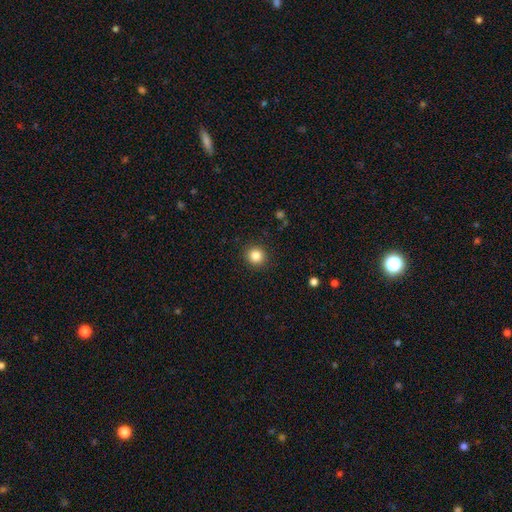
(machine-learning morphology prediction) Overall: smooth (84%). How rounded: round (91%). Merging: none (91%).